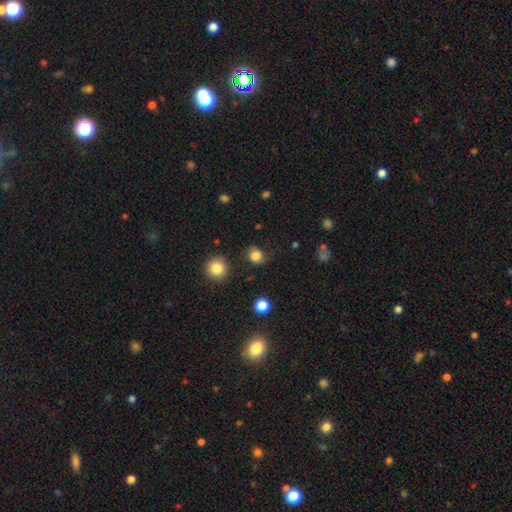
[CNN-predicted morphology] Overall: smooth (82%). How rounded: round (67%; in between 32%). Merging: none (71%).